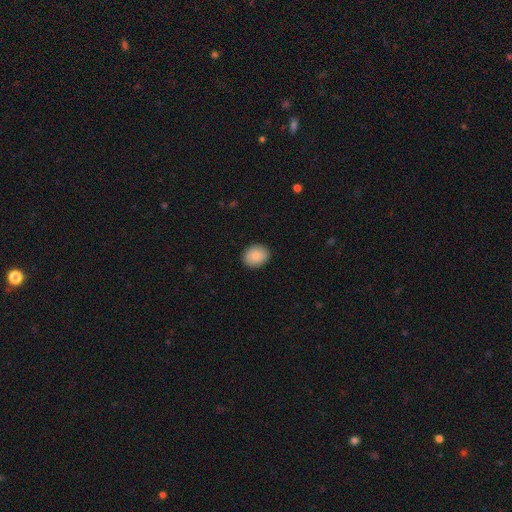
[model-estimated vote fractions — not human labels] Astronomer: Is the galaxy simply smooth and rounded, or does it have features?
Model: smooth — 88%.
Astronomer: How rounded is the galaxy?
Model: round — 52% (runner-up: in between, 47%).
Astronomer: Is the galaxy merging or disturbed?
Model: none — 89%.